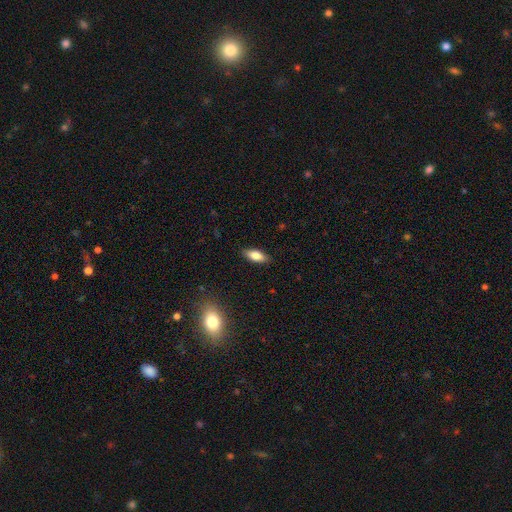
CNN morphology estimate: Overall: smooth (77%). How rounded: in between (76%). Merging: none (87%).